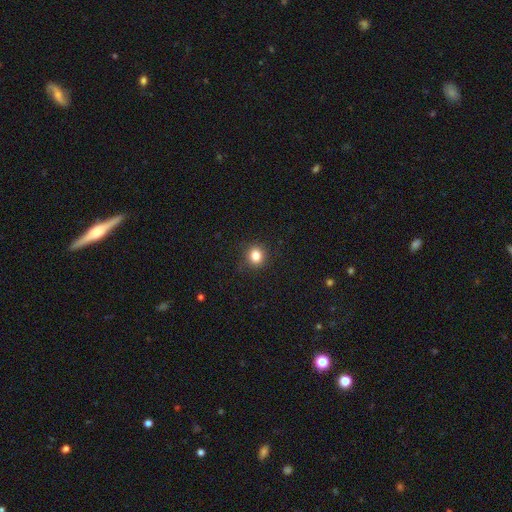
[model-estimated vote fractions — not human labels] smooth 83%, star or artifact 12%, featured or disk 5%. Down the decision tree: how rounded — round (85%); merging — none (88%).